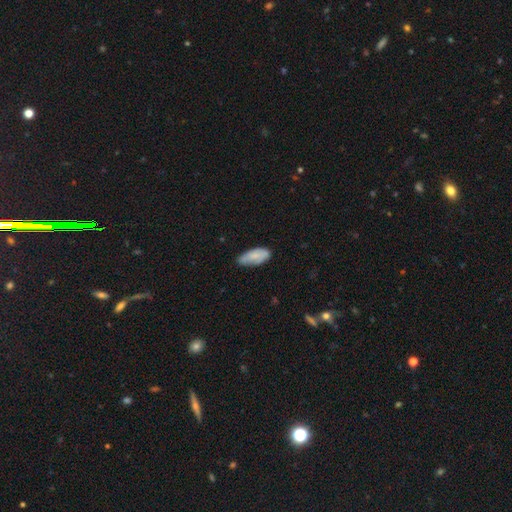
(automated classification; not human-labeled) smooth_or_featured: smooth (p=0.74) [alt: featured or disk p=0.19]
how_rounded: in between (p=0.86) [alt: cigar-shaped p=0.12]
merging: none (p=0.63) [alt: minor disturbance p=0.30]